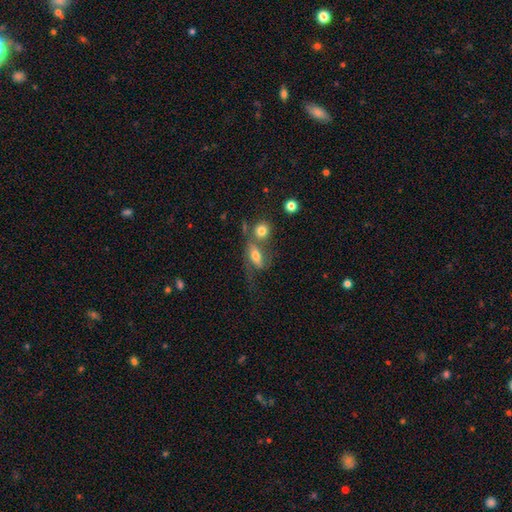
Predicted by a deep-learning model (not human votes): Smooth or featured? Predicted: smooth (p=0.62). How rounded? Predicted: in between (p=0.73). Merging? Predicted: merger (p=0.34, tied with none).